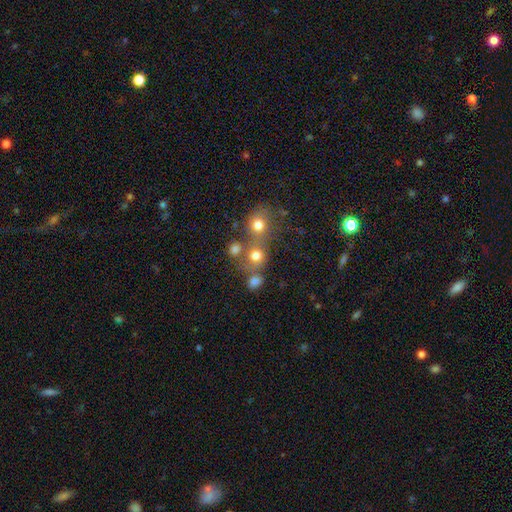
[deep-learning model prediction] This appears to be a smooth galaxy with no disk features (75%) that is round (81%). Merging: none (46%).